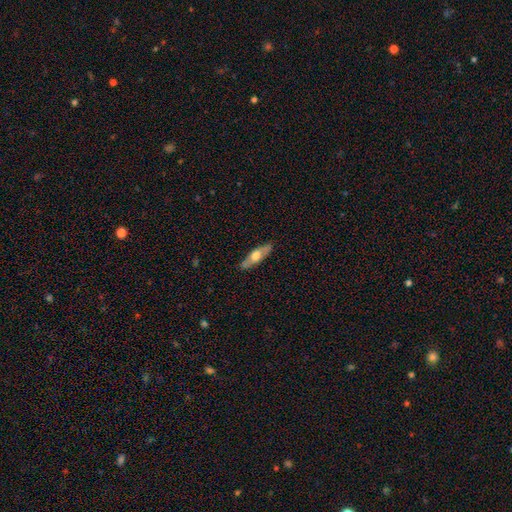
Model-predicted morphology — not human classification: Smooth or featured? Predicted: smooth (p=0.50). How rounded? Predicted: in between (p=0.49). Merging? Predicted: none (p=0.86).